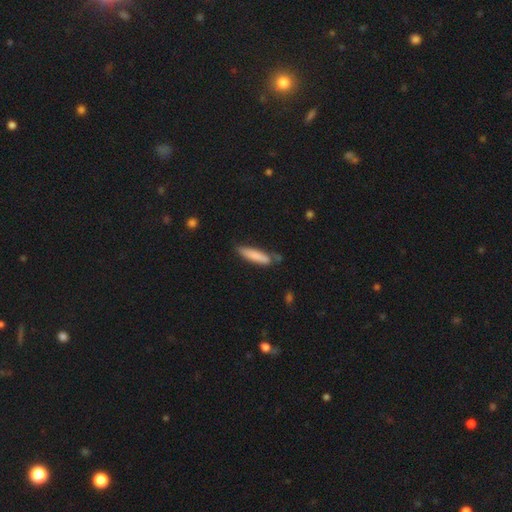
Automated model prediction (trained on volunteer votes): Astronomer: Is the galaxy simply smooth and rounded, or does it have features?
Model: smooth — 79%.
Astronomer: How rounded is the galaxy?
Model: cigar-shaped — 83%.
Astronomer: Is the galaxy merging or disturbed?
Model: none — 63%.